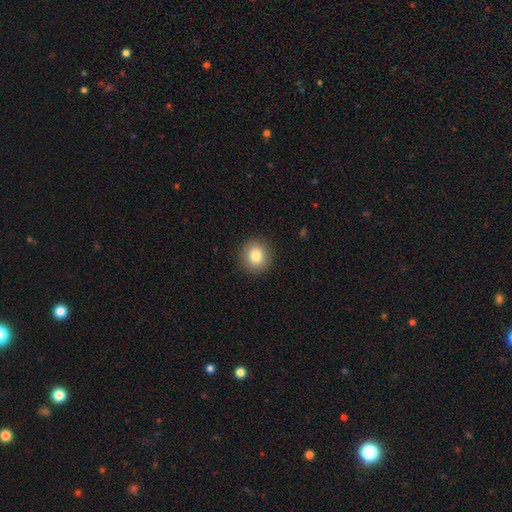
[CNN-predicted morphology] This appears to be a smooth galaxy with no disk features (83%) that is round (88%). Merging: none (91%).